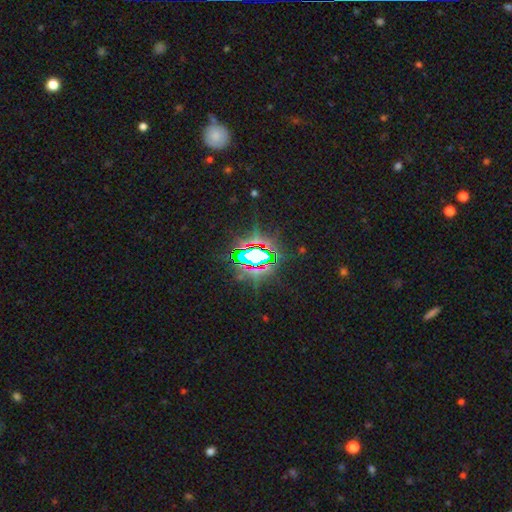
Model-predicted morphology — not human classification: type=star or artifact (78%).